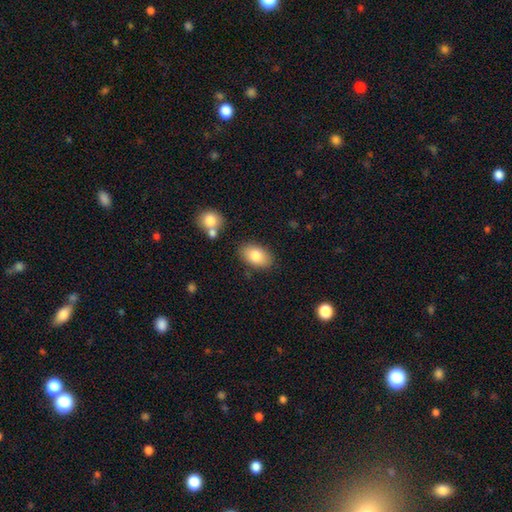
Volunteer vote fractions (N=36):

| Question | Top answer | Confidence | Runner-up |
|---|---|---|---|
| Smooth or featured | smooth | 78% | featured or disk (17%) |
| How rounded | in between | 86% | round (14%) |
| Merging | none | 82% | minor disturbance (9%) |